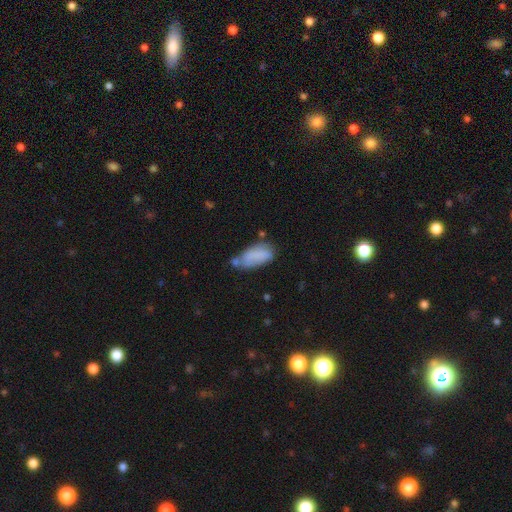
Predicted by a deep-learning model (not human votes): Smooth or featured?
  - smooth: 74% *
  - featured or disk: 17%
  - star or artifact: 9%
How rounded?
  - in between: 88% *
  - cigar-shaped: 10%
  - round: 3%
Merging?
  - none: 38% *
  - minor disturbance: 31%
  - merger: 18%
  - major disturbance: 13%